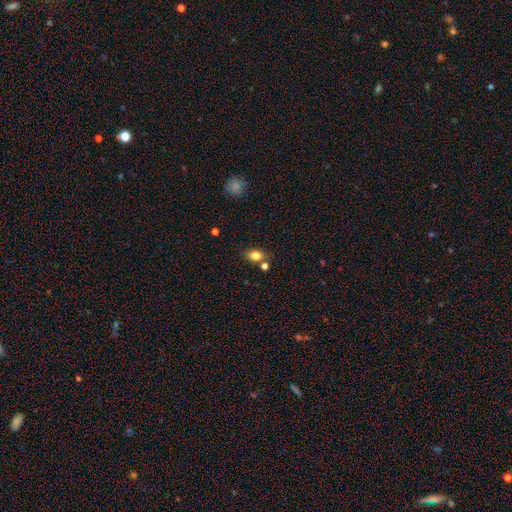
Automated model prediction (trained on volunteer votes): smooth 82%, star or artifact 11%, featured or disk 7%. Down the decision tree: how rounded — in between (68%); merging — none (71%).